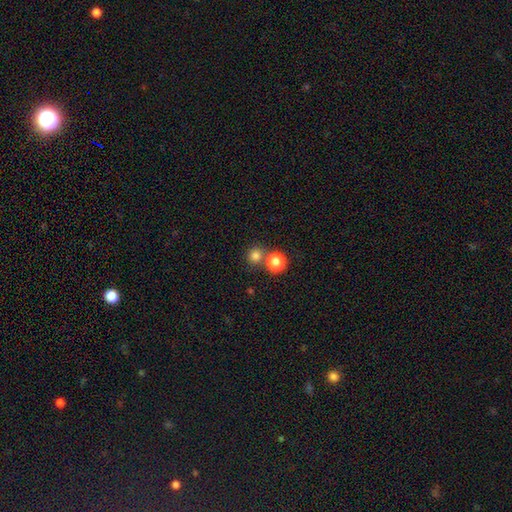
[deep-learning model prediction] Smooth or featured? smooth (79%)
How rounded? round (90%)
Merging? none (68%)